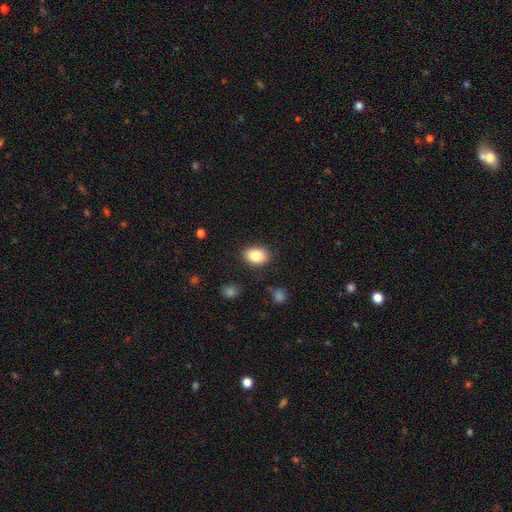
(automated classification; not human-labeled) Morphology: type=smooth (84%); roundness=in between (78%); merging=none (86%).